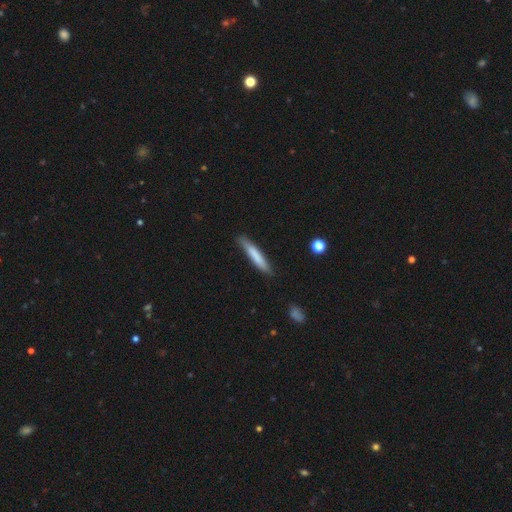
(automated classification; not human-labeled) smooth 74%, featured or disk 20%, star or artifact 6%. Down the decision tree: how rounded — cigar-shaped (93%); merging — none (85%).